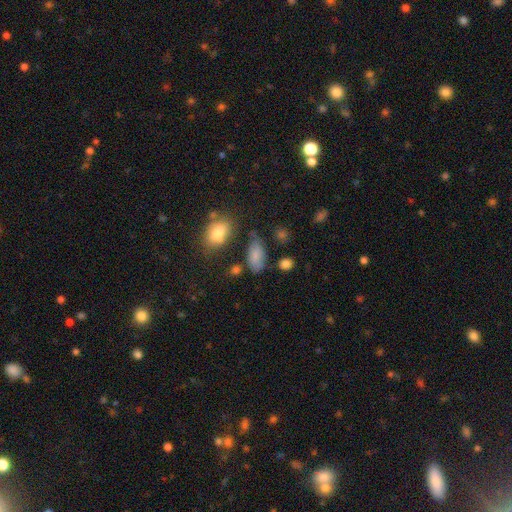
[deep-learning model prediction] This appears to be a smooth galaxy with no disk features (81%) that is in between round and cigar-shaped (91%). Merging: none (62%).